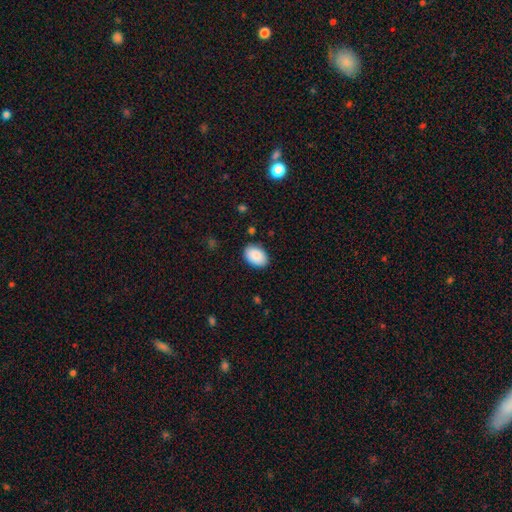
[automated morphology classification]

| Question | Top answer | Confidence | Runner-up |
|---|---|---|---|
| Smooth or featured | smooth | 89% | star or artifact (6%) |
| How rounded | in between | 87% | round (12%) |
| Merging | none | 86% | minor disturbance (11%) |